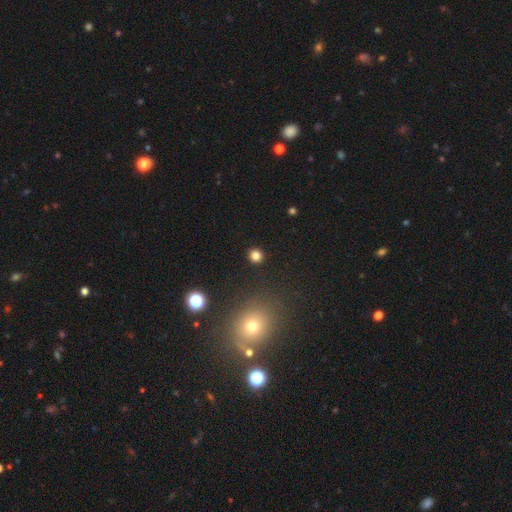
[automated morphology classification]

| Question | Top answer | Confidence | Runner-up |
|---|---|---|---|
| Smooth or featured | smooth | 82% | star or artifact (14%) |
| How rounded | round | 88% | in between (11%) |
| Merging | none | 91% | minor disturbance (5%) |